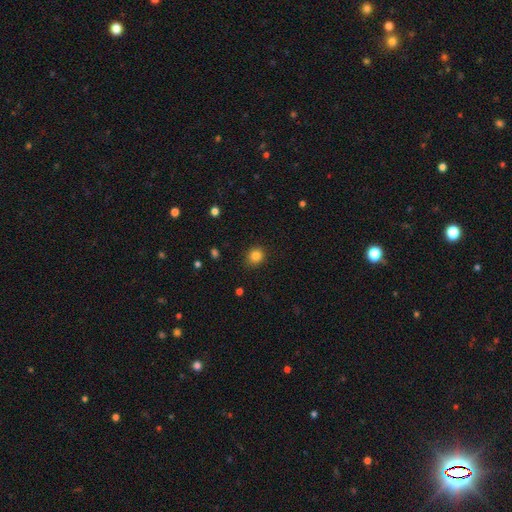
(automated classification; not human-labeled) A smooth galaxy with no disk features (84%) that is round (82%).

Vote fractions:
- Smooth or featured? smooth: 84% / star or artifact: 11% / featured or disk: 5%
- How rounded? round: 82% / in between: 17% / cigar-shaped: 1%
- Merging? none: 88% / minor disturbance: 8% / major disturbance: 3% / merger: 1%